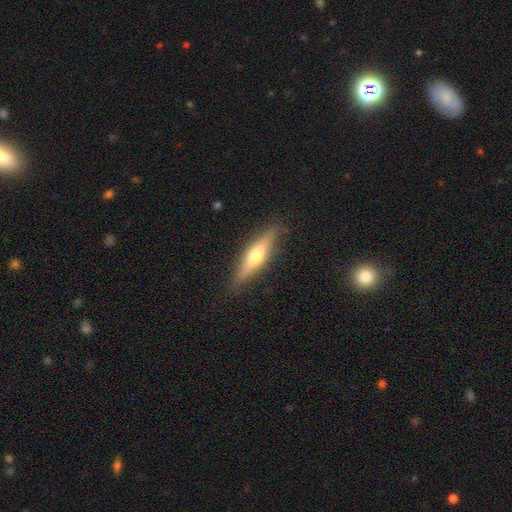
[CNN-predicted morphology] A featured or disk galaxy (55%) viewed edge-on (92%) with a rounded central bulge (89%). Merging: none (85%).